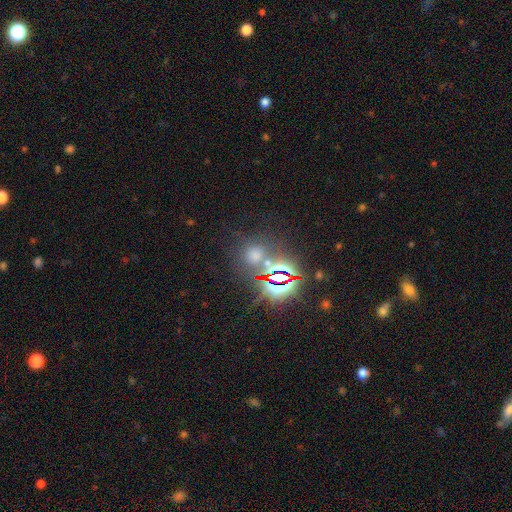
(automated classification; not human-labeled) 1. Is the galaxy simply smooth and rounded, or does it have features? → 58% star or artifact, 34% smooth, 7% featured or disk.